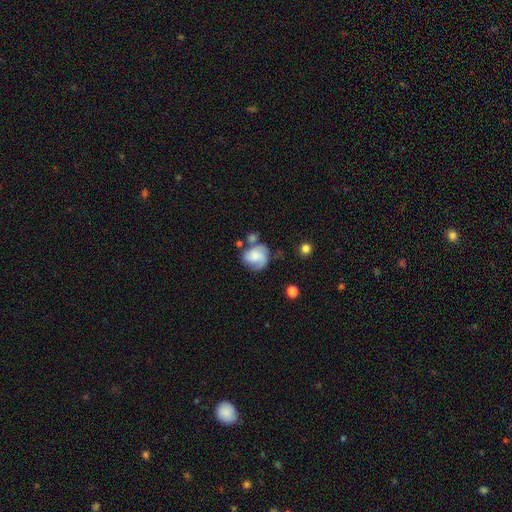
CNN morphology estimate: Q: Smooth or featured?
A: featured or disk (47%); runner-up: smooth (45%)
Q: Merging?
A: none (46%); runner-up: minor disturbance (25%)